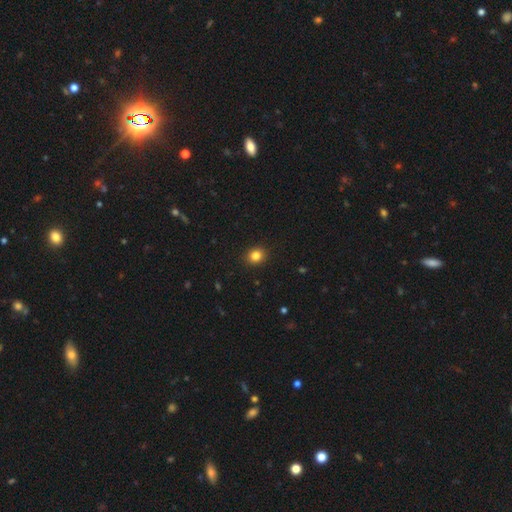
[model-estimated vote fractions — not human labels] Q: Smooth or featured?
A: smooth (84%); runner-up: star or artifact (11%)
Q: How rounded?
A: round (69%); runner-up: in between (30%)
Q: Merging?
A: none (91%); runner-up: minor disturbance (6%)